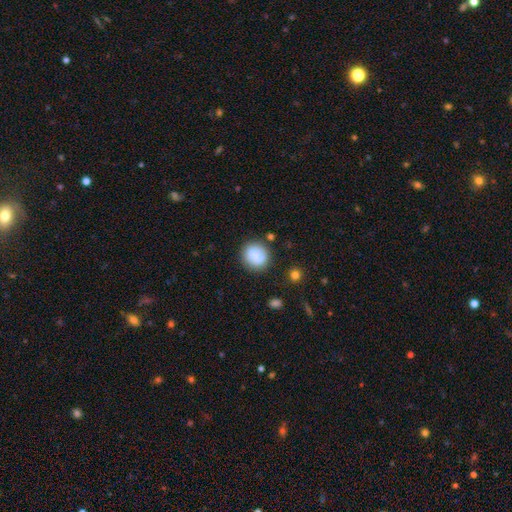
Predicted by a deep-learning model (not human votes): Smooth or featured? Predicted: smooth (p=0.82). How rounded? Predicted: round (p=0.87). Merging? Predicted: none (p=0.80).